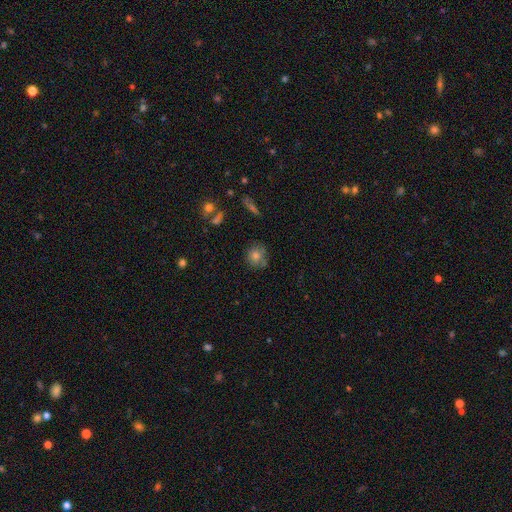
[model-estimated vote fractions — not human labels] smooth-or-featured: smooth: 75% | featured or disk: 13% | star or artifact: 12%
  how-rounded: round: 85% | in between: 14% | cigar-shaped: 1%
  merging: none: 72% | minor disturbance: 17% | merger: 7% | major disturbance: 4%